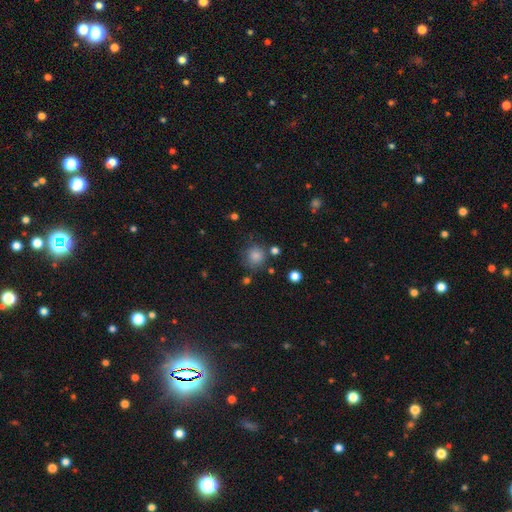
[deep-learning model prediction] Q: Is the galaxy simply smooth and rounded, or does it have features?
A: smooth — 82%.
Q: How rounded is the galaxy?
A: round — 90%.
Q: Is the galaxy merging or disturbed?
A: none — 76%.